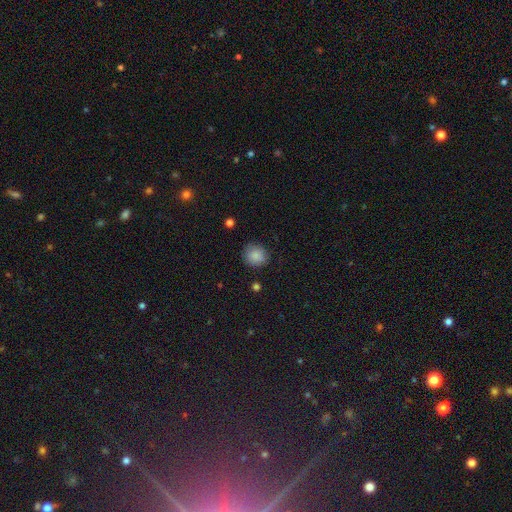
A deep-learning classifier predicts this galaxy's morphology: A smooth galaxy with no disk features (86%) that is round (85%). Merging: none (83%).